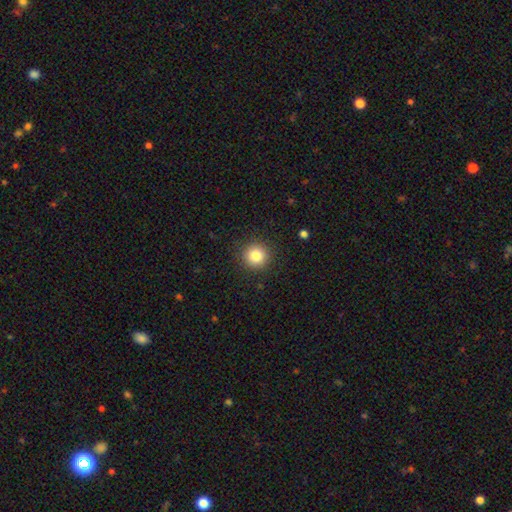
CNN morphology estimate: smooth 84%, star or artifact 11%, featured or disk 6%. Down the decision tree: how rounded — round (94%); merging — none (91%).